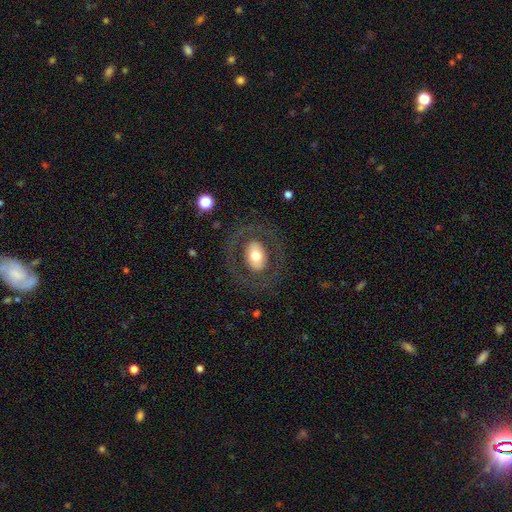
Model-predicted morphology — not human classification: A smooth galaxy with no disk features (50%).

Vote fractions:
- Smooth or featured? smooth: 50% / featured or disk: 43% / star or artifact: 7%
- Merging? none: 76% / major disturbance: 11% / minor disturbance: 11% / merger: 1%